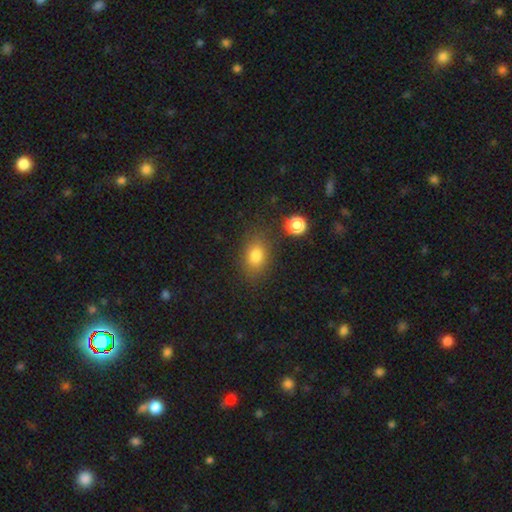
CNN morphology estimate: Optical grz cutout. It shows a smooth galaxy with no disk features (80%) that is in between round and cigar-shaped (72%). Merging: none (79%).